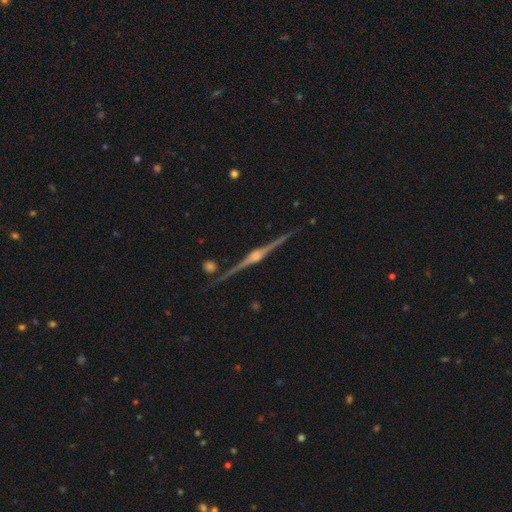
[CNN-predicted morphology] Q: Smooth or featured?
A: featured or disk (90%); runner-up: star or artifact (6%)
Q: Edge-on disk?
A: yes (99%); runner-up: no (1%)
Q: Edge-on bulge?
A: rounded (93%); runner-up: boxy (5%)
Q: Merging?
A: none (90%); runner-up: minor disturbance (7%)